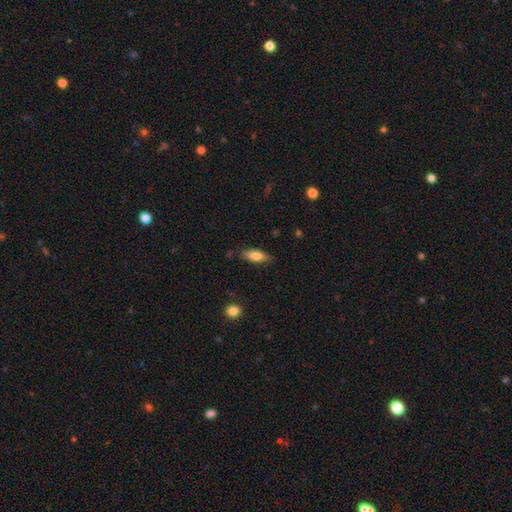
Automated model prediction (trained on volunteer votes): Q: Smooth or featured?
A: smooth (75%); runner-up: featured or disk (18%)
Q: How rounded?
A: in between (66%); runner-up: cigar-shaped (32%)
Q: Merging?
A: none (80%); runner-up: minor disturbance (15%)